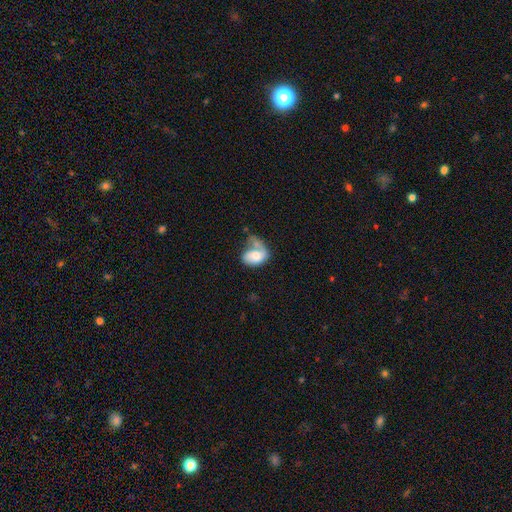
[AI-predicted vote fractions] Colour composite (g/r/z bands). It shows a smooth galaxy with no disk features (64%) that is in between round and cigar-shaped (82%). Merging: merger (32%).